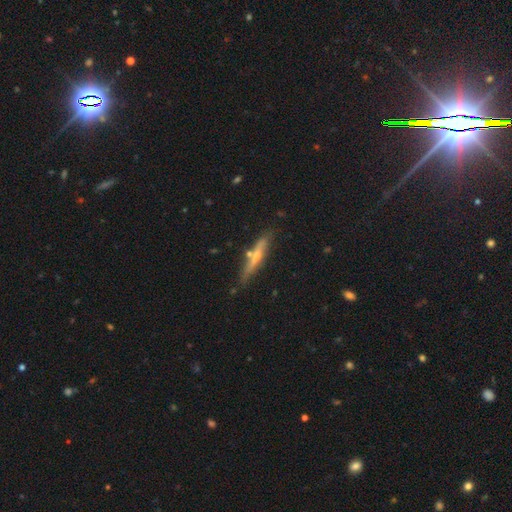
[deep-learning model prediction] This is possibly a featured or disk galaxy (56%). It is clearly viewed edge-on (91%). Edge-on bulge: likely rounded (65%). Merging: likely none (73%).